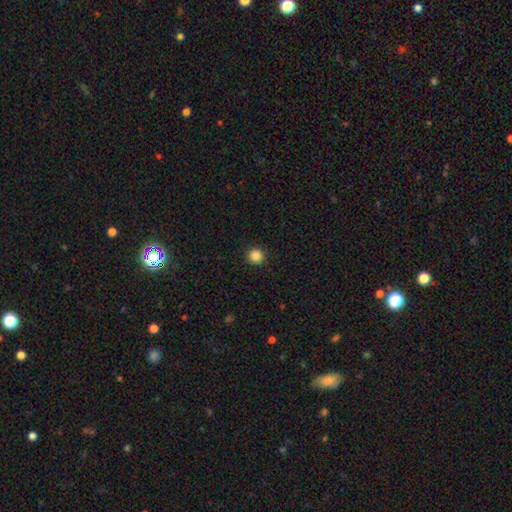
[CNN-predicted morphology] The model was most divided on "smooth or featured": smooth: 86%, star or artifact: 11%, featured or disk: 3%. More confident: how rounded — round (95%); merging — none (93%).